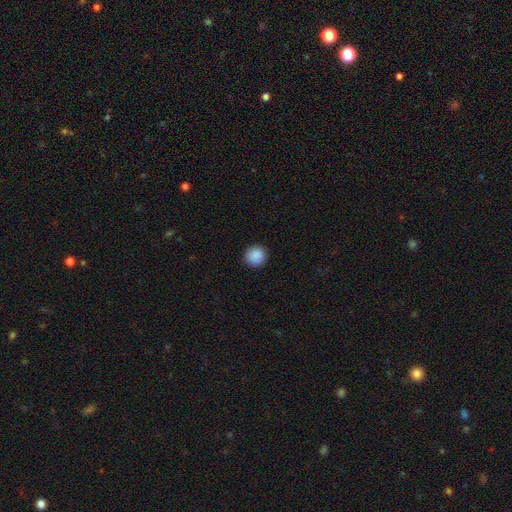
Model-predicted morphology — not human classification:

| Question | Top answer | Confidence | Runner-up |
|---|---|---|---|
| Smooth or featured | smooth | 89% | star or artifact (8%) |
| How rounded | round | 93% | in between (6%) |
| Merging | none | 92% | minor disturbance (5%) |